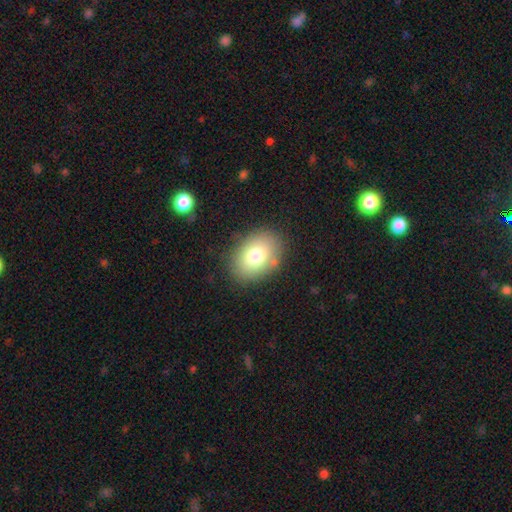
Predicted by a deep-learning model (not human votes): The model was most divided on "how rounded": in between: 76%, round: 23%, cigar-shaped: 1%. More confident: merging — none (83%); smooth or featured — smooth (78%).